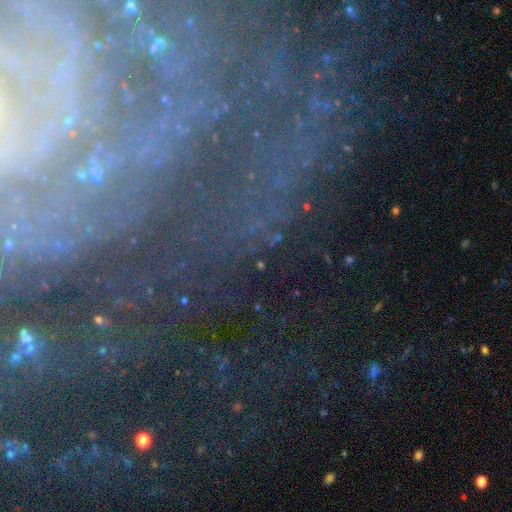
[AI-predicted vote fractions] Smooth or featured? Predicted: featured or disk (p=0.58). Edge-on disk? Predicted: no (p=0.90). Bar? Predicted: no (p=0.47). Spiral arms? Predicted: yes (p=0.83). Bulge size? Predicted: small (p=0.58). Merging? Predicted: none (p=0.67).